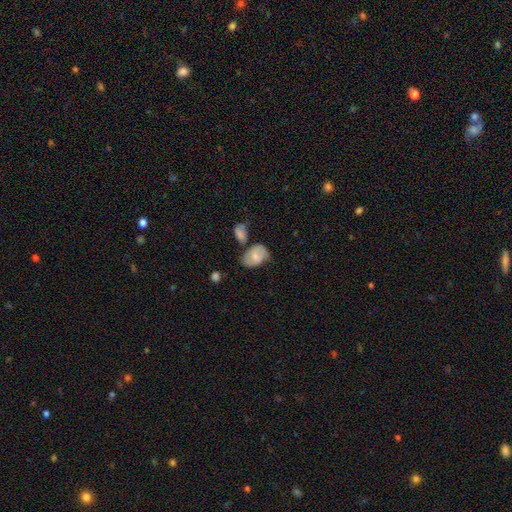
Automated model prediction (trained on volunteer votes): smooth_or_featured: smooth (p=0.66) [alt: featured or disk p=0.27]
how_rounded: in between (p=0.84) [alt: round p=0.14]
merging: none (p=0.51) [alt: minor disturbance p=0.27]